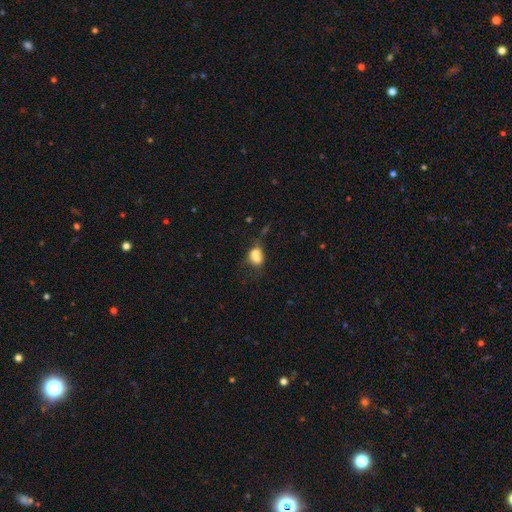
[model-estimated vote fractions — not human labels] Morphology: type=smooth (68%); roundness=in between (52%); merging=merger (57%).